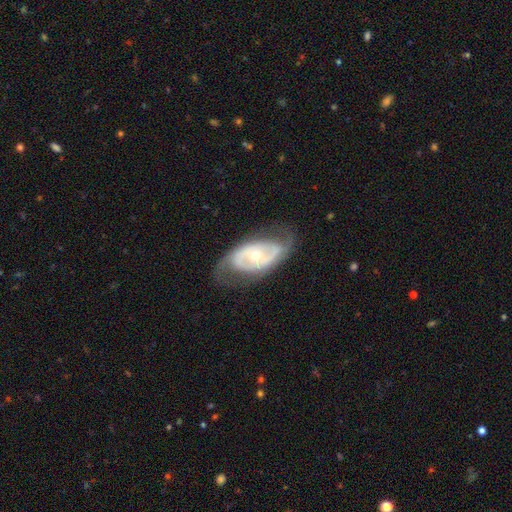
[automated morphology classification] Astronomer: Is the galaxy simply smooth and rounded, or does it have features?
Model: featured or disk — 80%.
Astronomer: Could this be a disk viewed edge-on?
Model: no — 93%.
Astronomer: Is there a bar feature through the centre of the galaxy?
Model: no — 68%.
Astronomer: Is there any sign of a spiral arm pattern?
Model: yes — 74%.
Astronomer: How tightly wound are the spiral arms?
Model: medium — 39% (runner-up: tight, 38%).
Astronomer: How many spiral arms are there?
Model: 2 — 76%.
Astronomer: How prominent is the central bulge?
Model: moderate — 59% (runner-up: small, 36%).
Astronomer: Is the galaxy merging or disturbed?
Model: none — 68%.